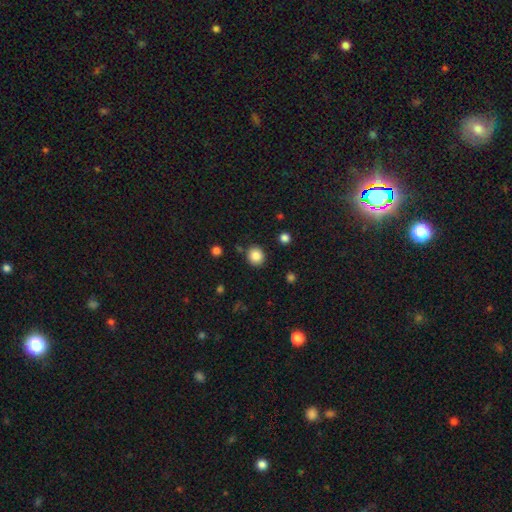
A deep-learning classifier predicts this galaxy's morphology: Overall: smooth (86%). How rounded: round (84%). Merging: none (87%).